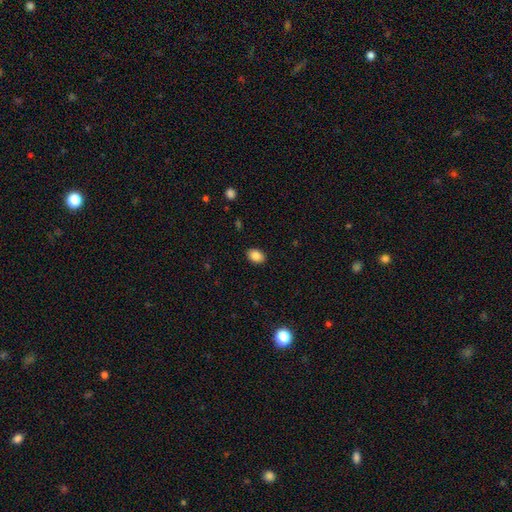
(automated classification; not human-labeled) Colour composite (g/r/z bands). It shows a smooth galaxy with no disk features (86%) that is in between round and cigar-shaped (76%). Merging: none (89%).